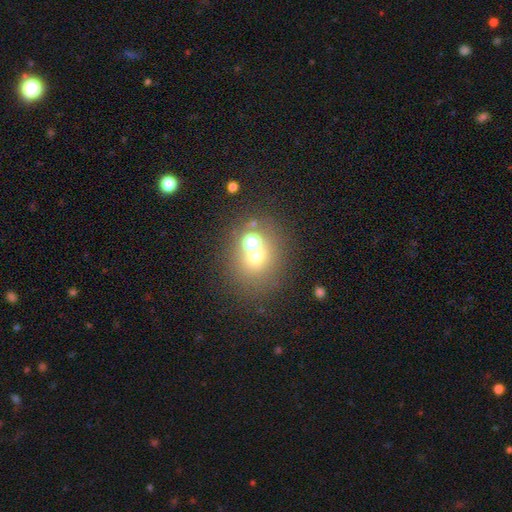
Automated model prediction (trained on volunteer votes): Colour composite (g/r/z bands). It shows a smooth galaxy with no disk features (60%) that is round (78%). Merging: none (55%).